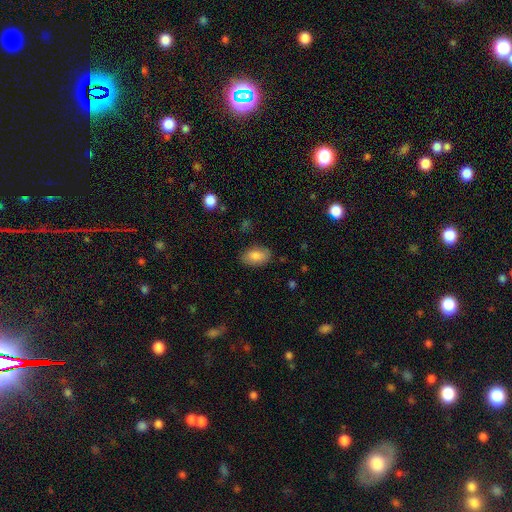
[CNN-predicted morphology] Smooth or featured? Predicted: smooth (p=0.82). How rounded? Predicted: in between (p=0.92). Merging? Predicted: none (p=0.84).